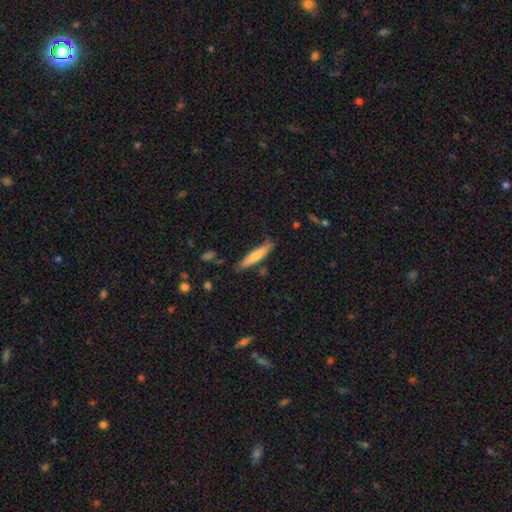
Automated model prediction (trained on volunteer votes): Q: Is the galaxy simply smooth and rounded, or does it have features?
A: smooth — 69%.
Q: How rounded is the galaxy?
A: cigar-shaped — 89%.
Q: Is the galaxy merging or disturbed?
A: none — 81%.